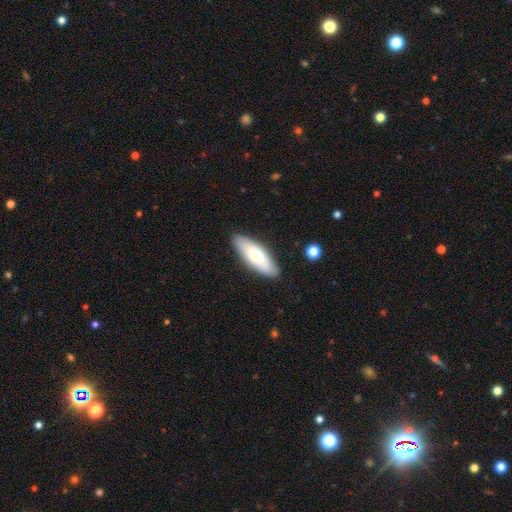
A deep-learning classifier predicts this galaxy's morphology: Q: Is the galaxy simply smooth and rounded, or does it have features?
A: smooth — 66%.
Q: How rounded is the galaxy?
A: in between — 66%.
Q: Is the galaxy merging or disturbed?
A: none — 87%.